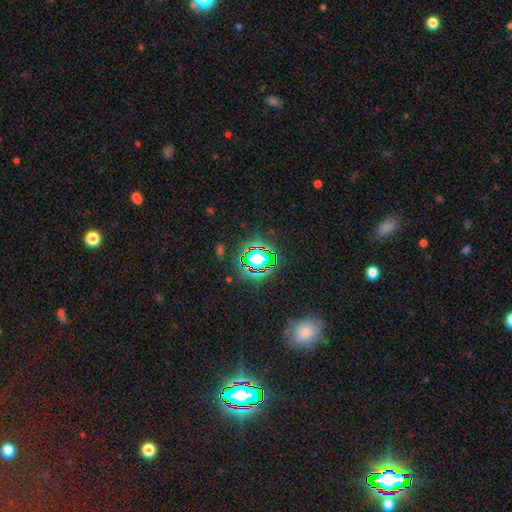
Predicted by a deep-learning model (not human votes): star or artifact 79%, smooth 12%, featured or disk 8%.